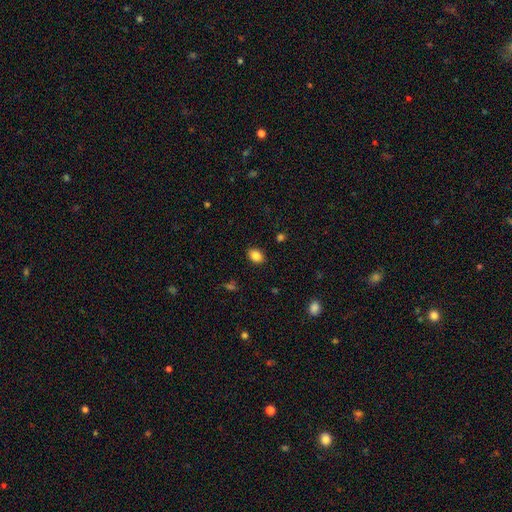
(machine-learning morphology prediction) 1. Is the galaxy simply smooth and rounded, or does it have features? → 85% smooth, 9% star or artifact, 5% featured or disk.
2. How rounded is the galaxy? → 72% in between, 27% round, 1% cigar-shaped.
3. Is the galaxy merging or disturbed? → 87% none, 9% minor disturbance, 2% major disturbance, 1% merger.